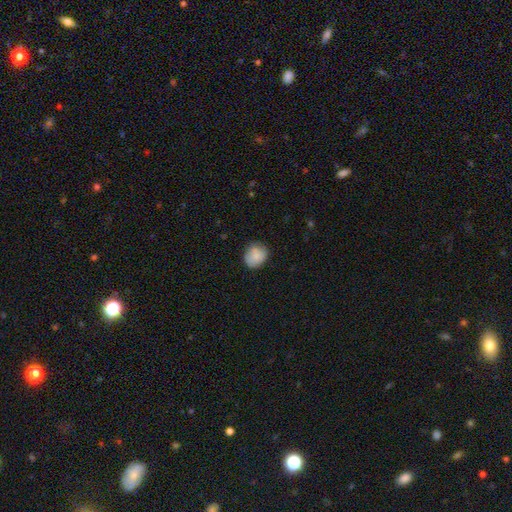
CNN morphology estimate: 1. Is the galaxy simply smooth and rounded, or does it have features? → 82% smooth, 11% featured or disk, 7% star or artifact.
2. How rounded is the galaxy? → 70% round, 29% in between, 1% cigar-shaped.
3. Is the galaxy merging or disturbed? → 77% none, 18% minor disturbance, 4% major disturbance, 1% merger.